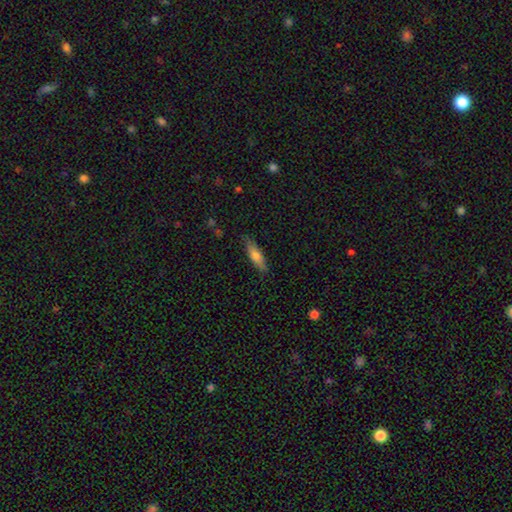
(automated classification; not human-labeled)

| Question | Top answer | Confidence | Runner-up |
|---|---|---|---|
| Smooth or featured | smooth | 68% | featured or disk (25%) |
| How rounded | cigar-shaped | 59% | in between (38%) |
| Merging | none | 82% | minor disturbance (14%) |